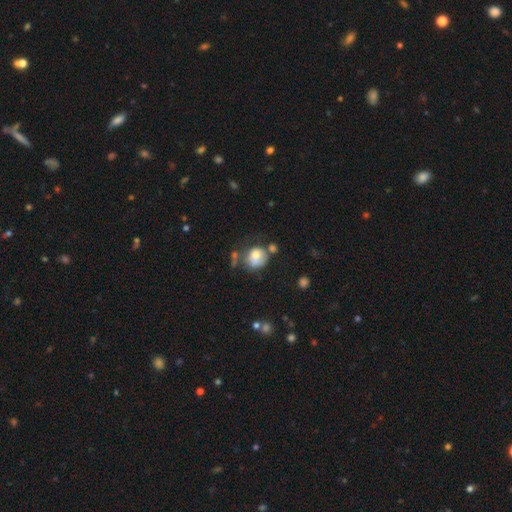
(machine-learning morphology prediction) Smooth or featured?
  - smooth: 67% *
  - featured or disk: 23%
  - star or artifact: 9%
How rounded?
  - round: 66% *
  - in between: 33%
  - cigar-shaped: 1%
Merging?
  - none: 38% *
  - minor disturbance: 24%
  - merger: 21%
  - major disturbance: 17%